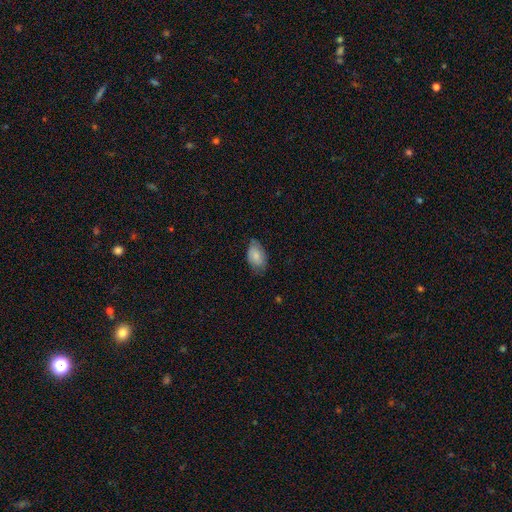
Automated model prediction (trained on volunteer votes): Smooth or featured? Predicted: smooth (p=0.72). How rounded? Predicted: in between (p=0.92). Merging? Predicted: none (p=0.64).